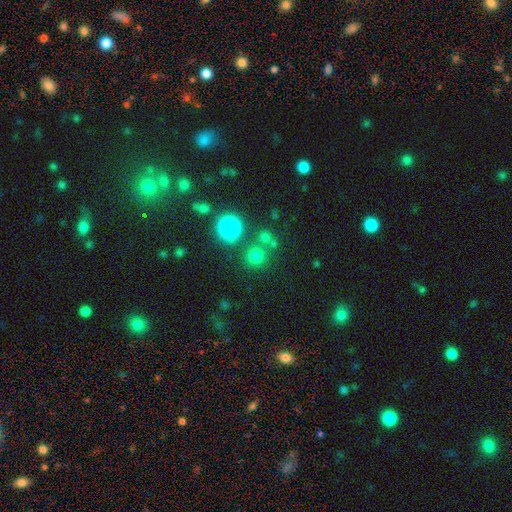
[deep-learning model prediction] Morphology: type=smooth (71%); roundness=round (92%); merging=none (74%).